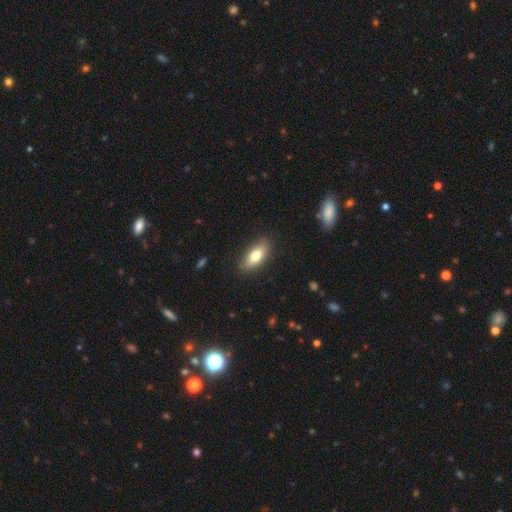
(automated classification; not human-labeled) A smooth galaxy with no disk features (73%) that is in between round and cigar-shaped (78%).

Vote fractions:
- Smooth or featured? smooth: 73% / featured or disk: 21% / star or artifact: 6%
- How rounded? in between: 78% / cigar-shaped: 19% / round: 3%
- Merging? none: 84% / minor disturbance: 12% / major disturbance: 2% / merger: 1%